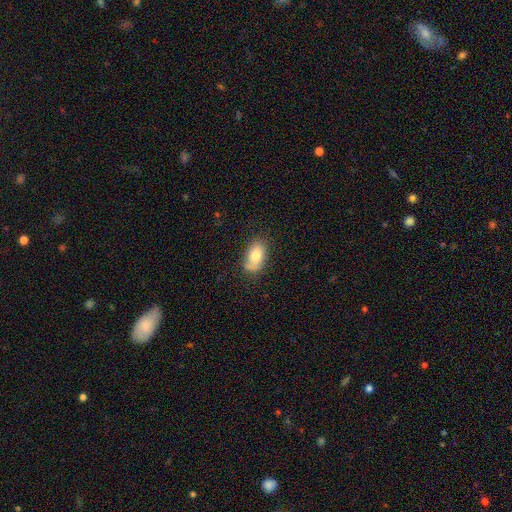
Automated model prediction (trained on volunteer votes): Smooth or featured? smooth (76%)
How rounded? in between (91%)
Merging? none (61%)